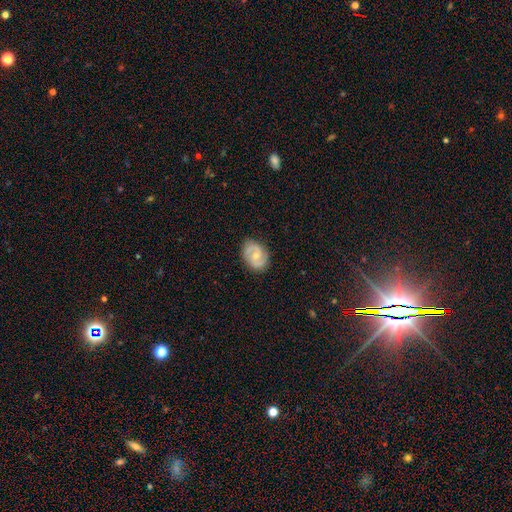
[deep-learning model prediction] A featured or disk galaxy (77%) with no bar (54%), 2 (90%) medium (50%) spiral arms (92%) and a moderate central bulge (51%). Merging: none (85%).